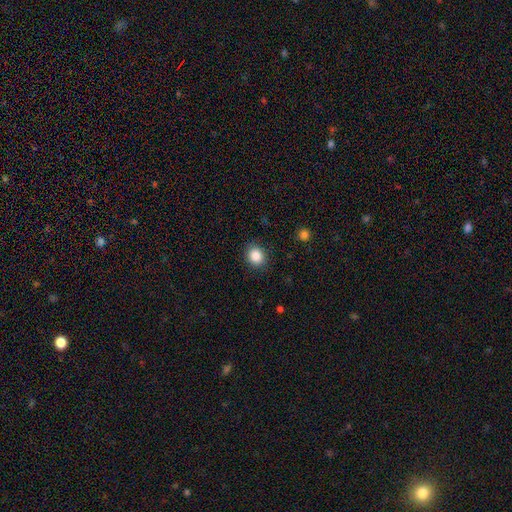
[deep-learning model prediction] smooth-or-featured: smooth: 86% | star or artifact: 9% | featured or disk: 4%
  how-rounded: round: 72% | in between: 27% | cigar-shaped: 1%
  merging: none: 88% | minor disturbance: 8% | major disturbance: 3% | merger: 1%